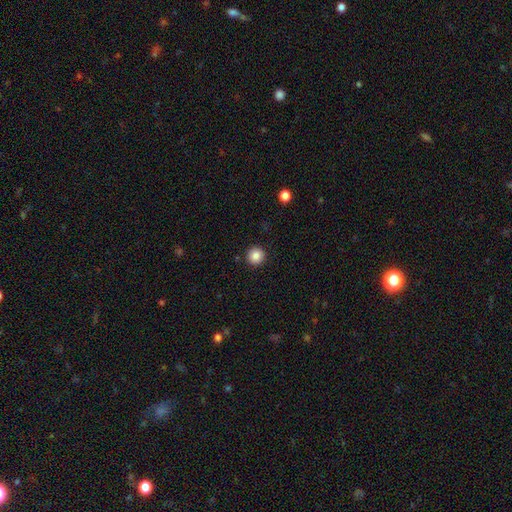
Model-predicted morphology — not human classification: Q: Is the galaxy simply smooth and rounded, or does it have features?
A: smooth — 86%.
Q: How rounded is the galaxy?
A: round — 95%.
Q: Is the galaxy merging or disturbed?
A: none — 92%.